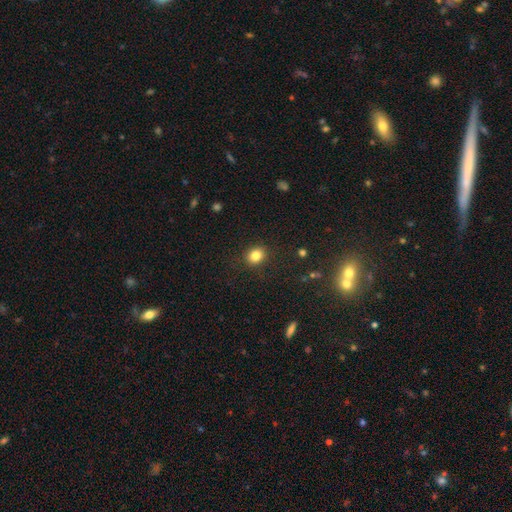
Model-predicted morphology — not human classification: This appears to be a smooth galaxy with no disk features (84%) that is round (60%). Merging: none (86%).